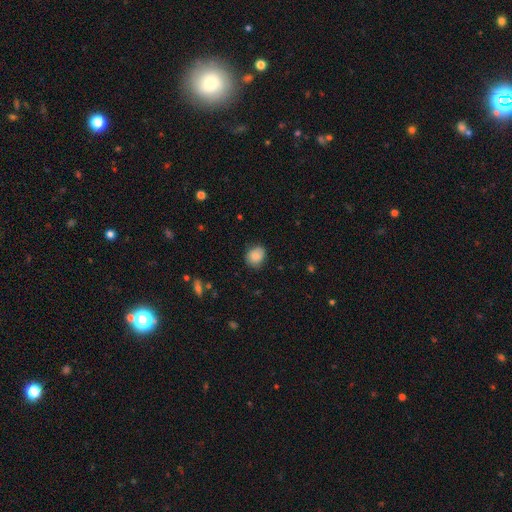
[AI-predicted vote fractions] Smooth or featured?
  - smooth: 83% *
  - featured or disk: 9%
  - star or artifact: 8%
How rounded?
  - round: 61% *
  - in between: 38%
  - cigar-shaped: 1%
Merging?
  - none: 78% *
  - minor disturbance: 17%
  - major disturbance: 3%
  - merger: 1%